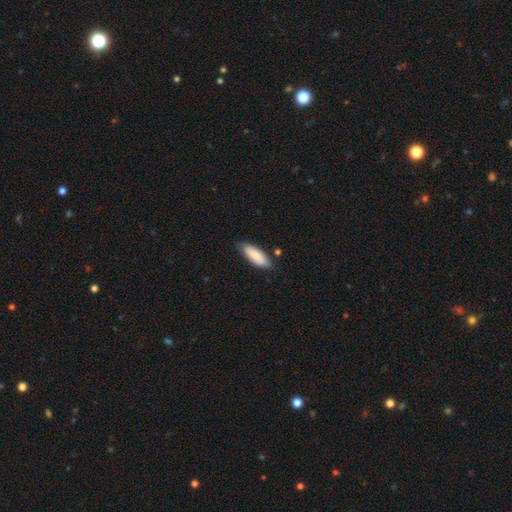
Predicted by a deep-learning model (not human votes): A smooth galaxy with no disk features (86%) that is in between round and cigar-shaped (63%).

Vote fractions:
- Smooth or featured? smooth: 86% / featured or disk: 9% / star or artifact: 6%
- How rounded? in between: 63% / cigar-shaped: 36% / round: 2%
- Merging? none: 76% / minor disturbance: 18% / major disturbance: 3% / merger: 3%